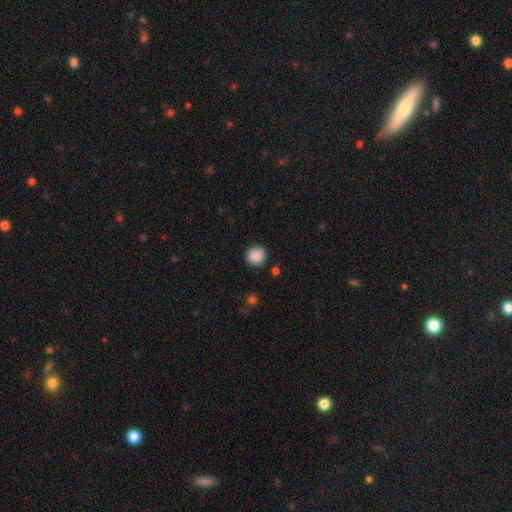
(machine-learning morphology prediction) This appears to be a smooth galaxy with no disk features (89%) that is round (92%). Merging: none (89%).